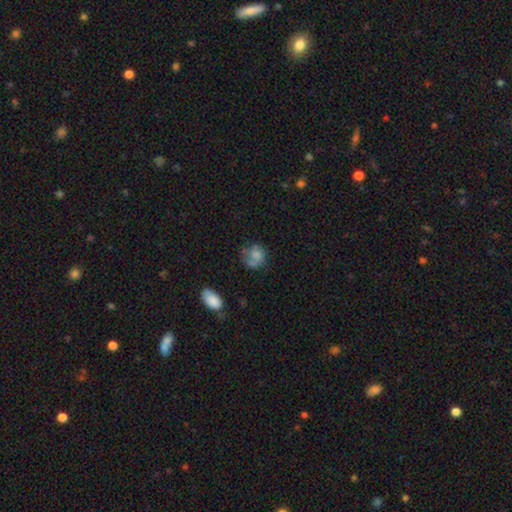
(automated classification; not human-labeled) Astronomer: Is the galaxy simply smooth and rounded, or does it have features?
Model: smooth — 61%.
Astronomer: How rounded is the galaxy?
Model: round — 62%.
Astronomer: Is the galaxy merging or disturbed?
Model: none — 40% (runner-up: major disturbance, 26%).